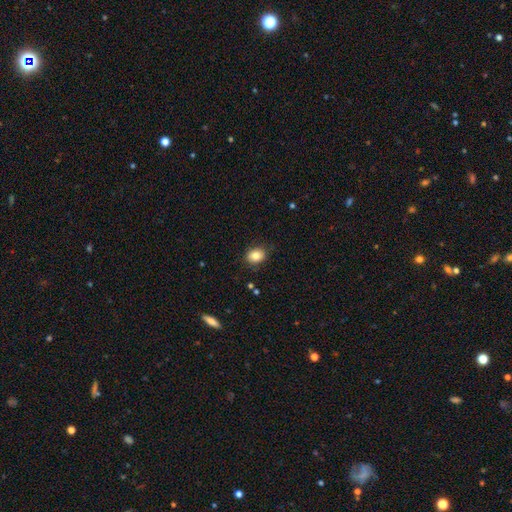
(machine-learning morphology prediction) This is clearly a smooth galaxy (83%). How rounded: possibly in between (55%). Merging: clearly none (84%).